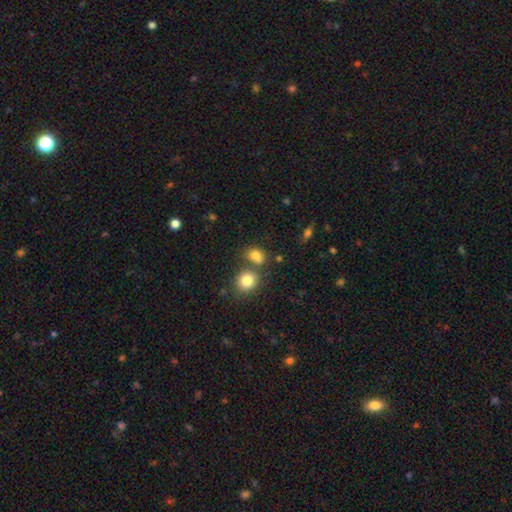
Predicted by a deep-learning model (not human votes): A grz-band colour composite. It shows a smooth galaxy with no disk features (80%) that is in between round and cigar-shaped (54%). Merging: none (53%).